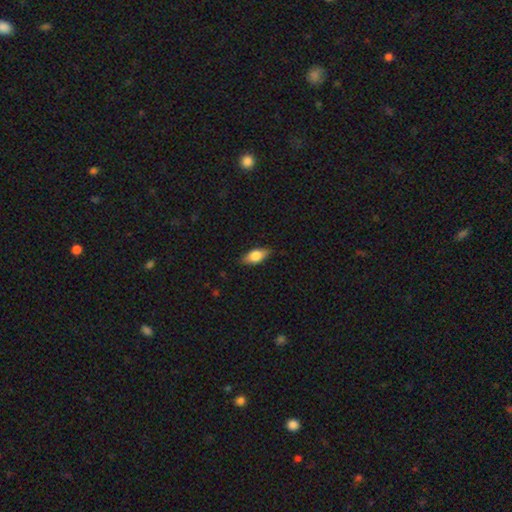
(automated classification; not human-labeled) Smooth or featured: smooth — 75% (featured or disk — 19%)
How rounded: in between — 85% (cigar-shaped — 11%)
Merging: none — 84% (minor disturbance — 12%)